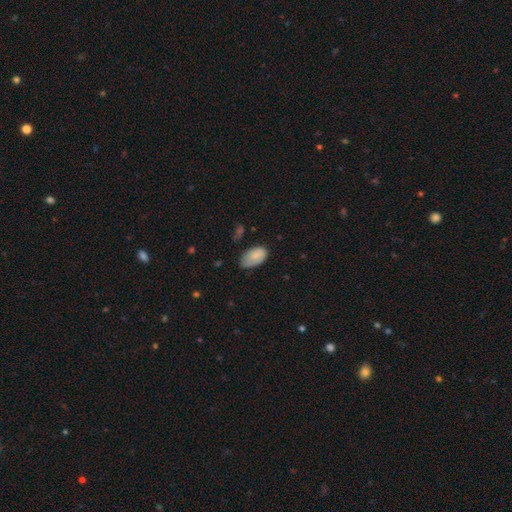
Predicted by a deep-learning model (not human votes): This is clearly a smooth galaxy (82%). How rounded: clearly in between (94%). Merging: likely none (60%).